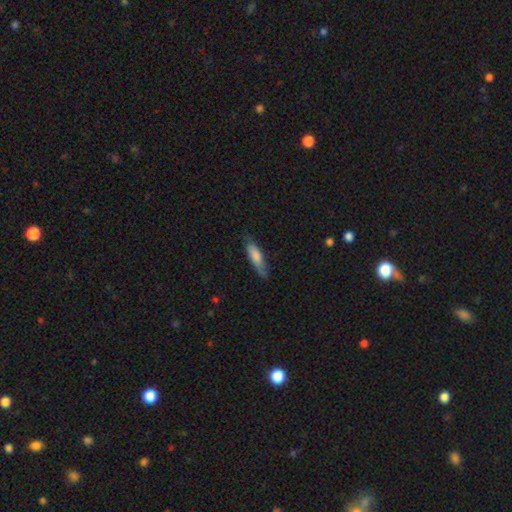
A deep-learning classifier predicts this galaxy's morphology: type=smooth (77%); roundness=cigar-shaped (60%); merging=none (70%).